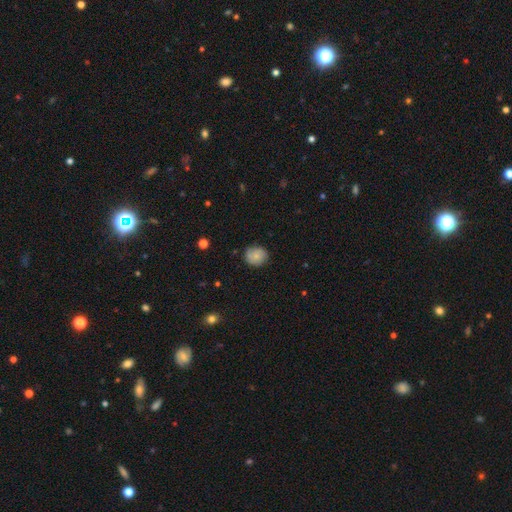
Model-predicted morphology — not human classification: The model was most divided on "smooth or featured": smooth: 73%, featured or disk: 18%, star or artifact: 9%. More confident: how rounded — round (78%); merging — none (77%).